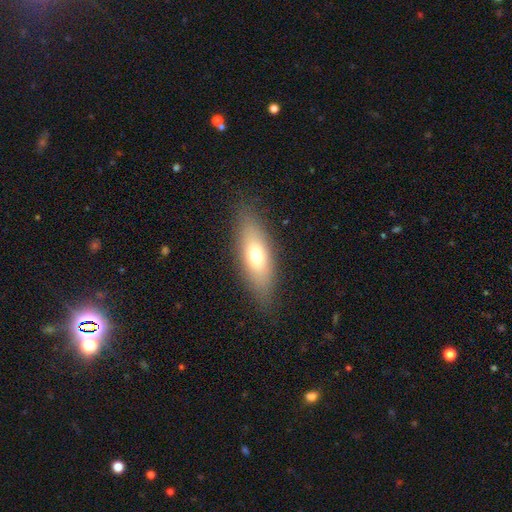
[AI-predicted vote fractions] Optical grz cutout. It shows a smooth galaxy with no disk features (66%) that is in between round and cigar-shaped (58%). Merging: none (85%).